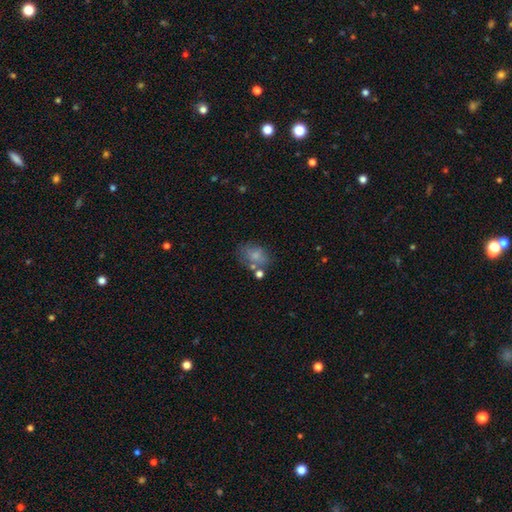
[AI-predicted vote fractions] Q: Smooth or featured?
A: smooth (68%); runner-up: featured or disk (21%)
Q: How rounded?
A: in between (66%); runner-up: round (32%)
Q: Merging?
A: none (51%); runner-up: minor disturbance (23%)